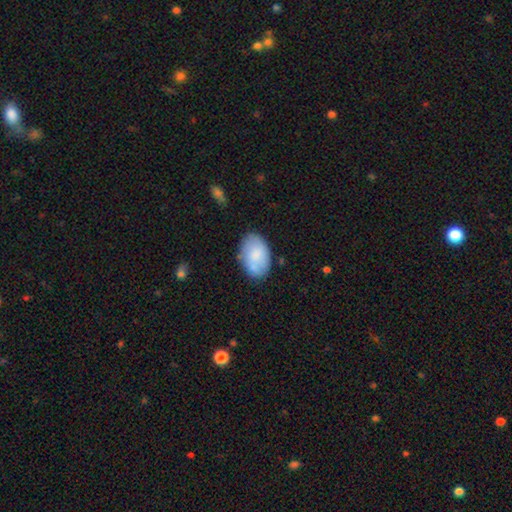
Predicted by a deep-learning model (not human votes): The model was most divided on "merging": none: 70%, minor disturbance: 20%, merger: 5%, major disturbance: 5%. More confident: how rounded — in between (89%); smooth or featured — smooth (76%).